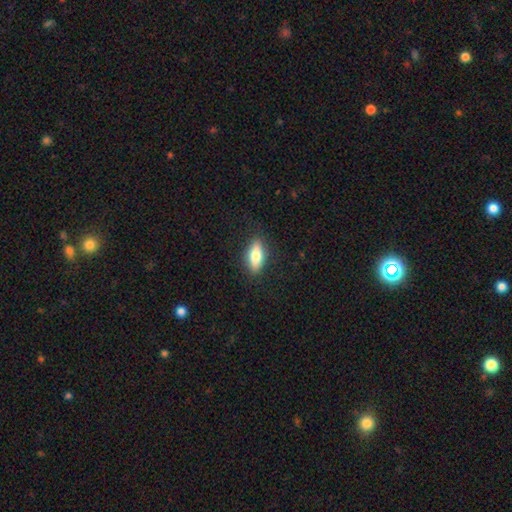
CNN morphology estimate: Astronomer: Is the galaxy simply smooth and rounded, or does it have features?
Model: smooth — 73%.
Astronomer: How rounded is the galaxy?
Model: in between — 76%.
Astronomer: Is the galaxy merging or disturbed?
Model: none — 87%.